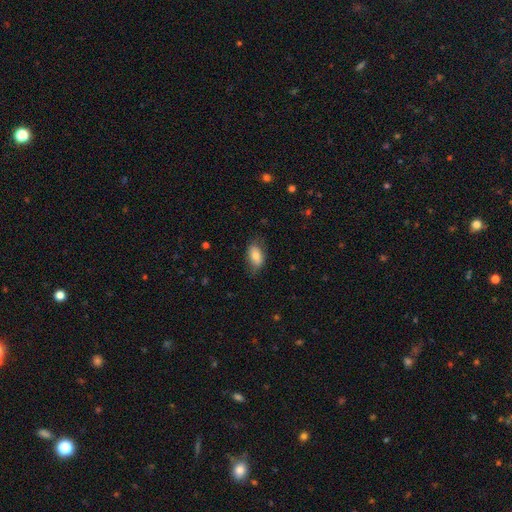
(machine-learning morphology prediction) This appears to be a smooth galaxy with no disk features (78%) that is in between round and cigar-shaped (91%). Merging: none (68%).